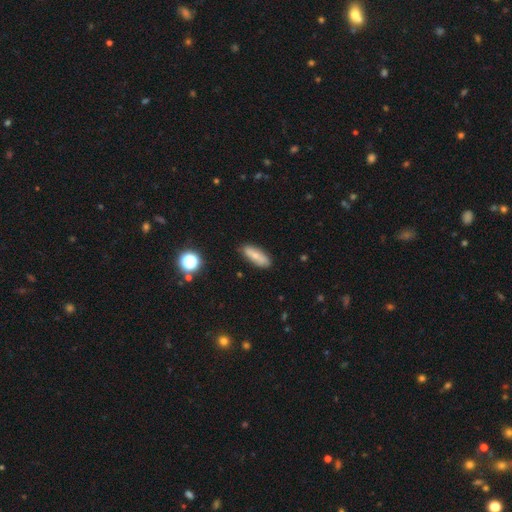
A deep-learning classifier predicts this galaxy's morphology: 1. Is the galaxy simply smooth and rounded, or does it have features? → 67% smooth, 25% featured or disk, 8% star or artifact.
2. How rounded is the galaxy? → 57% in between, 40% cigar-shaped, 3% round.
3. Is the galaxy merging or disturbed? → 83% none, 13% minor disturbance, 2% major disturbance, 2% merger.